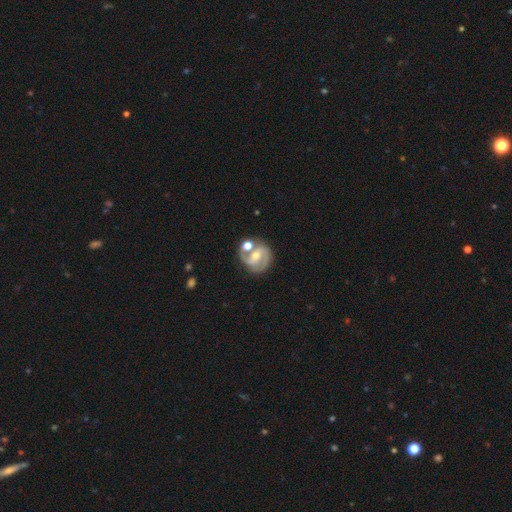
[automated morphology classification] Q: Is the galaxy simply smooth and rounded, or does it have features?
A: featured or disk — 83%.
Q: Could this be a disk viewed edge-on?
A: no — 98%.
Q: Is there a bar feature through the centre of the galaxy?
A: weak — 45%.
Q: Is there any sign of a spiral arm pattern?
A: yes — 94%.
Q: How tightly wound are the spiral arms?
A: medium — 52%.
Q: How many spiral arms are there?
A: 2 — 85%.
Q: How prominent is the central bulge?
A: moderate — 58%.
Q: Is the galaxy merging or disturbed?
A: none — 60%.